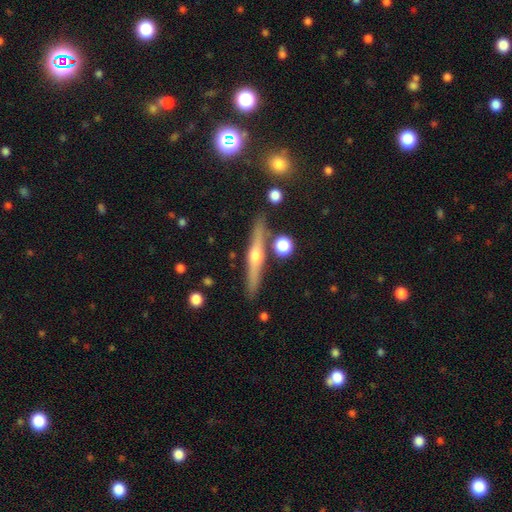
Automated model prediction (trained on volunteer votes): Smooth or featured? Predicted: featured or disk (p=0.71). Edge-on disk? Predicted: yes (p=0.97). Edge-on bulge? Predicted: rounded (p=0.92). Merging? Predicted: none (p=0.86).